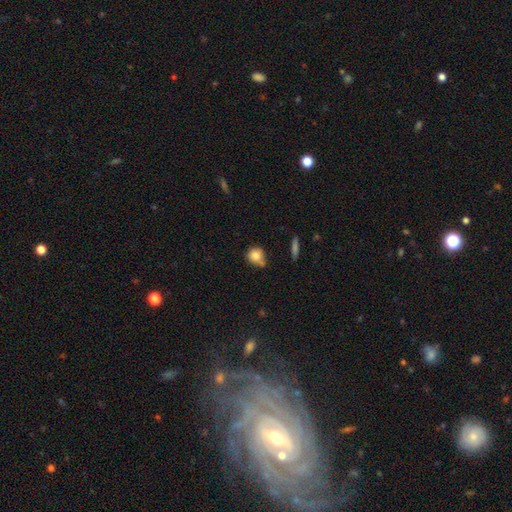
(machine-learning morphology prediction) This is clearly a smooth galaxy (81%). How rounded: likely round (76%). Merging: possibly none (50%).